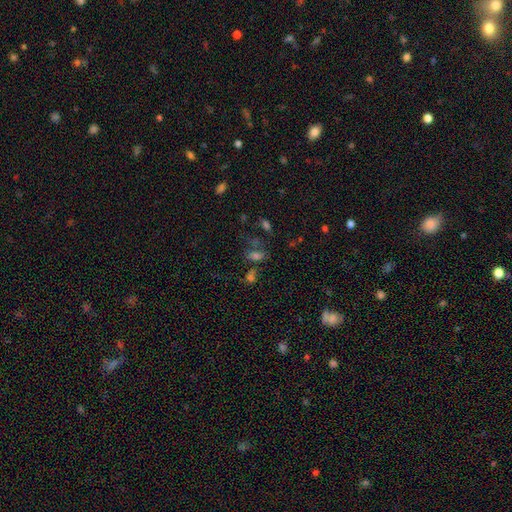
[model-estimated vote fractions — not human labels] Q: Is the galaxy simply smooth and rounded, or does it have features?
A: smooth — 46%.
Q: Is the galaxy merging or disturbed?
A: none — 49%.